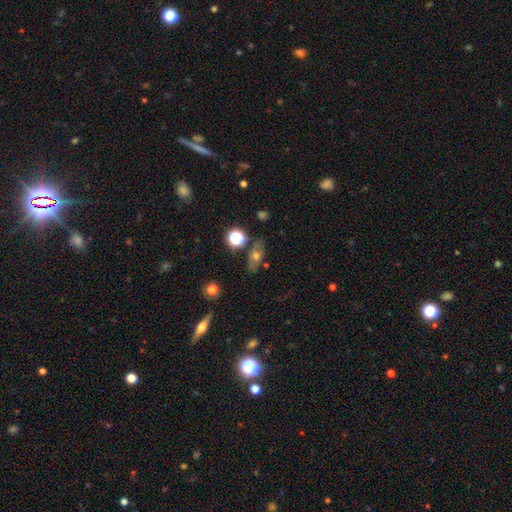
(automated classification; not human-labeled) The model was most divided on "smooth or featured": smooth: 52%, featured or disk: 29%, star or artifact: 20%. More confident: merging — none (76%); how rounded — in between (63%).